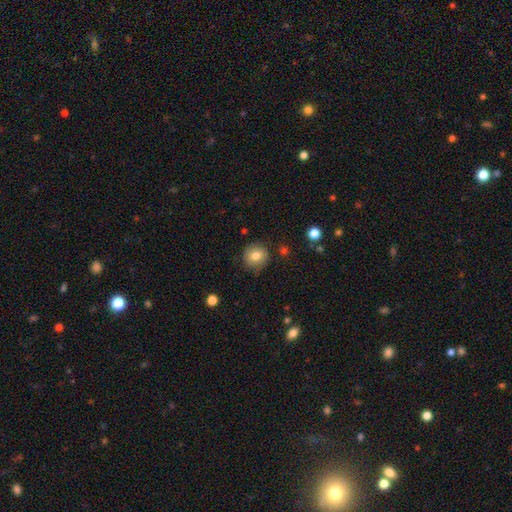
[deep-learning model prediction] Smooth or featured: smooth — 79% (featured or disk — 12%)
How rounded: round — 90% (in between — 9%)
Merging: none — 84% (minor disturbance — 11%)